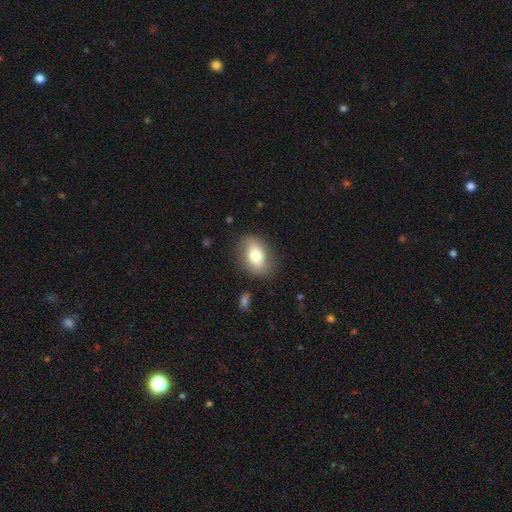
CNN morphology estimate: smooth 72%, featured or disk 21%, star or artifact 7%. Down the decision tree: how rounded — in between (82%); merging — none (81%).